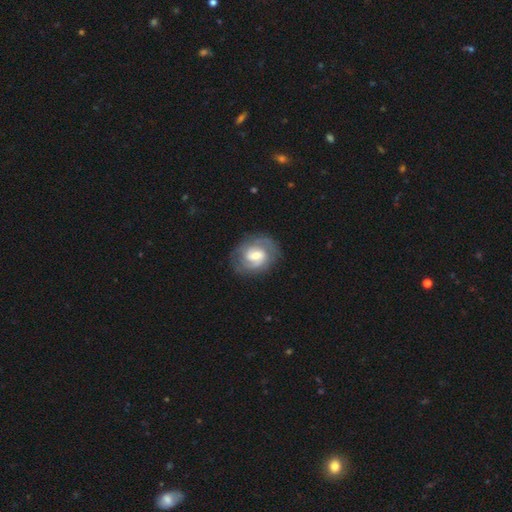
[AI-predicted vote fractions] Q: Smooth or featured?
A: featured or disk (79%); runner-up: smooth (16%)
Q: Edge-on disk?
A: no (98%); runner-up: yes (2%)
Q: Bar?
A: weak (52%); runner-up: no (32%)
Q: Spiral arms?
A: yes (92%); runner-up: no (8%)
Q: Spiral winding?
A: tight (50%); runner-up: medium (39%)
Q: Spiral arm count?
A: 2 (64%); runner-up: can't tell (17%)
Q: Bulge size?
A: moderate (57%); runner-up: small (30%)
Q: Merging?
A: none (77%); runner-up: minor disturbance (15%)